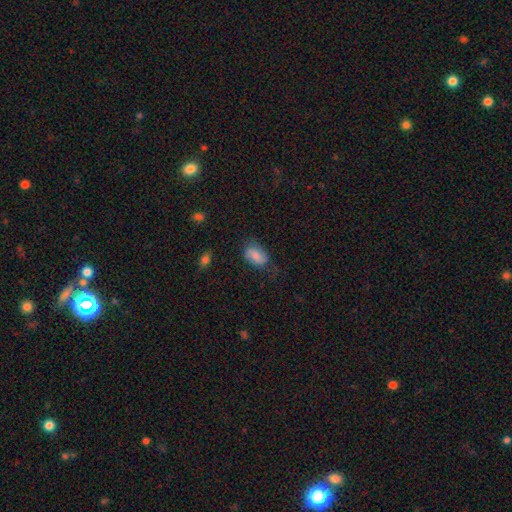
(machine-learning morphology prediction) This is likely a smooth galaxy (73%). How rounded: clearly in between (87%). Merging: likely none (60%).